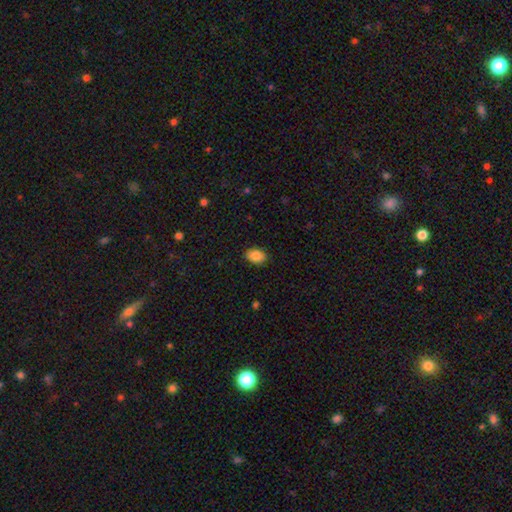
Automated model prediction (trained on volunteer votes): This appears to be a smooth galaxy with no disk features (87%) that is in between round and cigar-shaped (84%). Merging: none (88%).